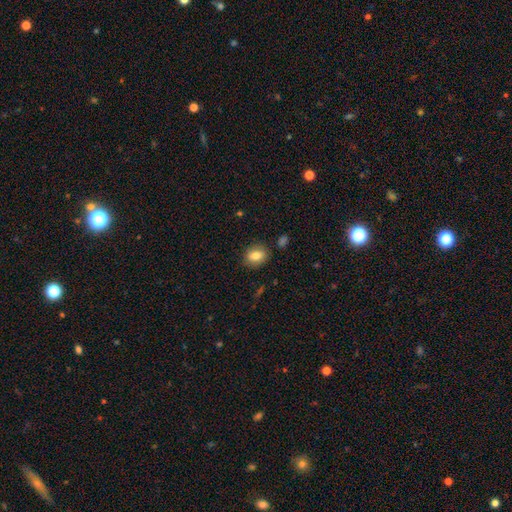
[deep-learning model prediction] This appears to be a smooth galaxy with no disk features (81%) that is in between round and cigar-shaped (61%). Merging: none (85%).